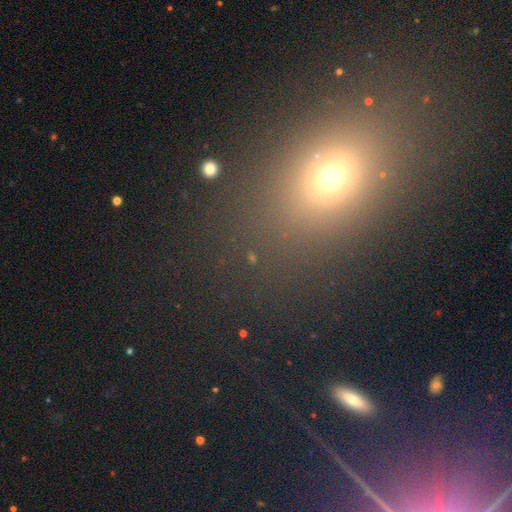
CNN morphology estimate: Overall: smooth (47%; star or artifact 41%). Merging: none (85%).